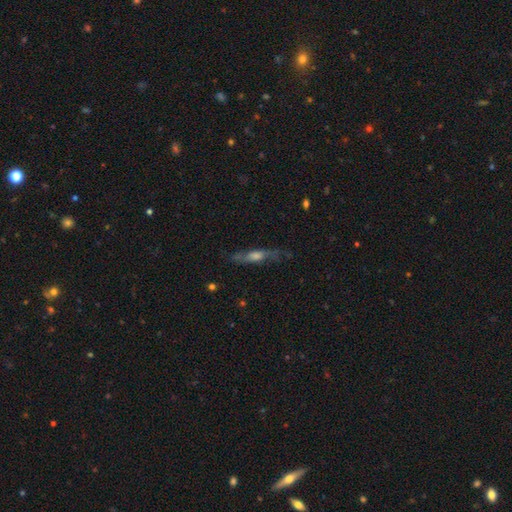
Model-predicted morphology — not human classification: This appears to be a featured or disk galaxy (63%) viewed edge-on (74%). Merging: none (72%).